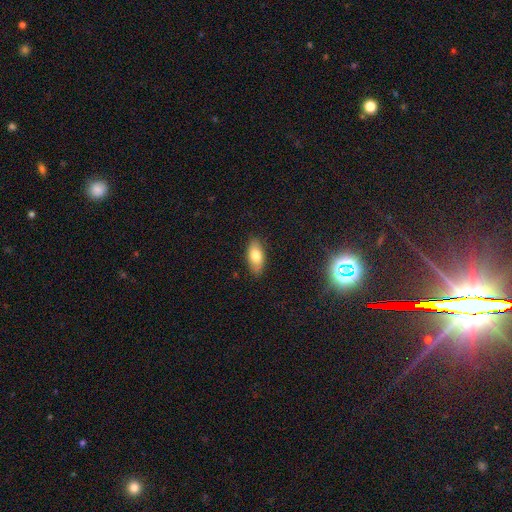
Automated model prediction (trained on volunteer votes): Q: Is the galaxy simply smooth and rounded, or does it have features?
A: smooth — 77%.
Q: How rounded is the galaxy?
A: in between — 89%.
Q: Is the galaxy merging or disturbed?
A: none — 86%.